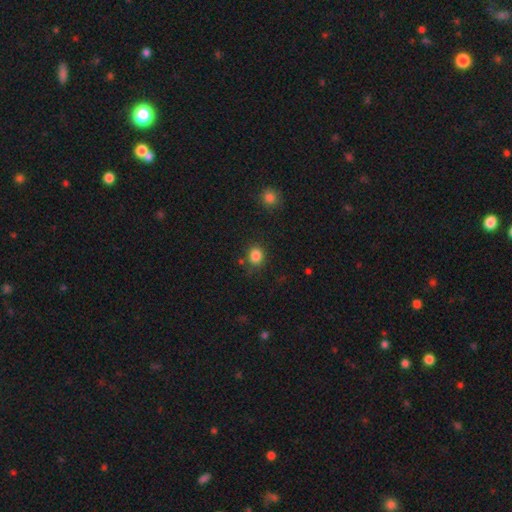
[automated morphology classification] Q: Smooth or featured?
A: smooth (84%); runner-up: star or artifact (11%)
Q: How rounded?
A: round (68%); runner-up: in between (31%)
Q: Merging?
A: none (79%); runner-up: minor disturbance (12%)